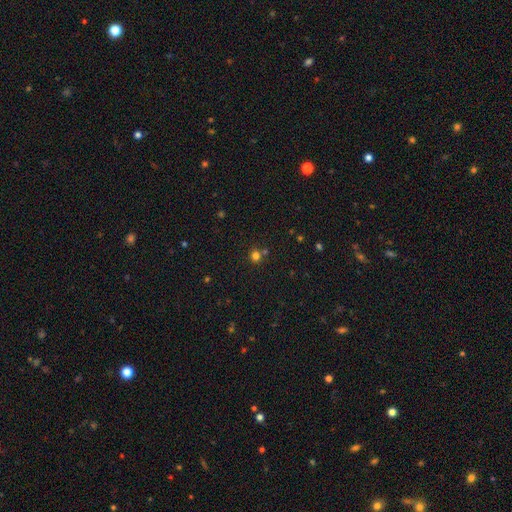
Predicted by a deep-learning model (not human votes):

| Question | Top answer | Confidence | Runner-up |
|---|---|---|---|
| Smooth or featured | smooth | 73% | star or artifact (21%) |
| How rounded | round | 90% | in between (9%) |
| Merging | none | 71% | merger (19%) |